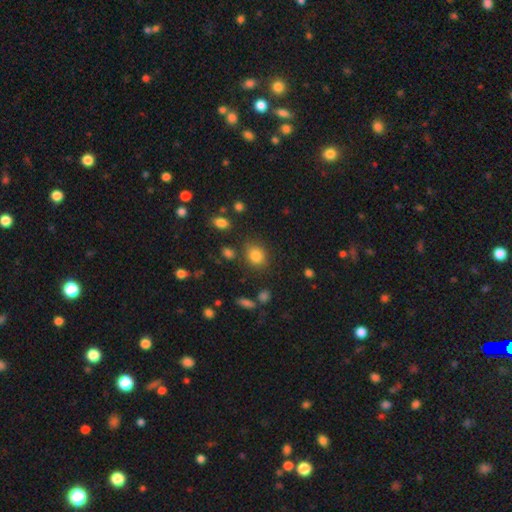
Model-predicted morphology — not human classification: Q: Smooth or featured?
A: smooth (83%); runner-up: star or artifact (11%)
Q: How rounded?
A: round (56%); runner-up: in between (43%)
Q: Merging?
A: none (78%); runner-up: minor disturbance (13%)